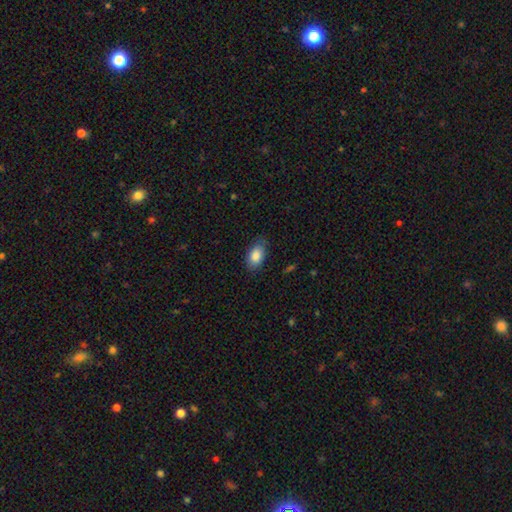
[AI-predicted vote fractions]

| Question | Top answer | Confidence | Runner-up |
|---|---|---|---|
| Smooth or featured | smooth | 86% | featured or disk (7%) |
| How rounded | in between | 92% | round (6%) |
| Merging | none | 79% | minor disturbance (16%) |